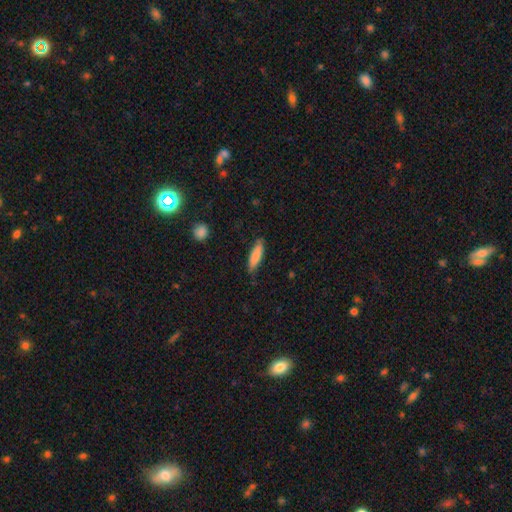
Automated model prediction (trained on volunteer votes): Smooth or featured?
  - smooth: 84% *
  - featured or disk: 10%
  - star or artifact: 6%
How rounded?
  - cigar-shaped: 66% *
  - in between: 32%
  - round: 2%
Merging?
  - none: 83% *
  - minor disturbance: 14%
  - major disturbance: 2%
  - merger: 1%